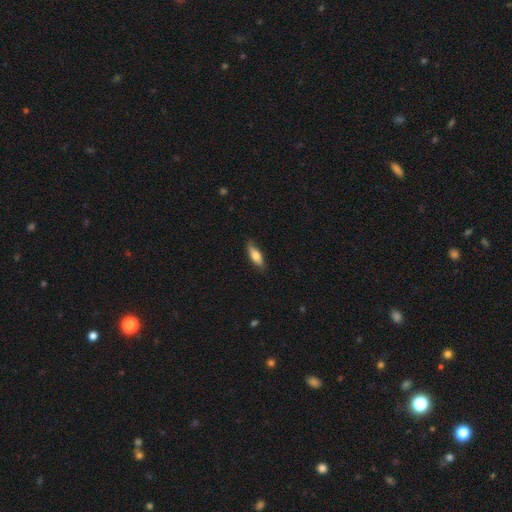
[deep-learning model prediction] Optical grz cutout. It shows a smooth galaxy with no disk features (67%) that is in between round and cigar-shaped (56%). Merging: none (81%).